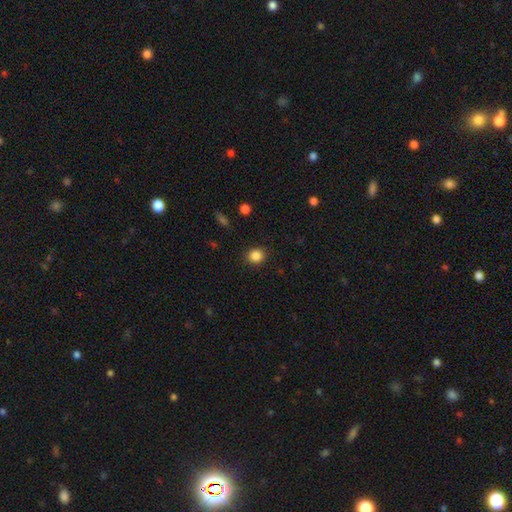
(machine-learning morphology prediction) Smooth or featured?
  - smooth: 86% *
  - star or artifact: 11%
  - featured or disk: 4%
How rounded?
  - round: 82% *
  - in between: 17%
  - cigar-shaped: 1%
Merging?
  - none: 90% *
  - minor disturbance: 7%
  - major disturbance: 2%
  - merger: 1%